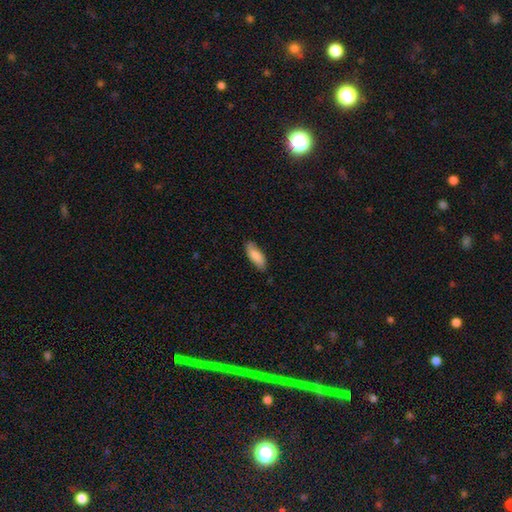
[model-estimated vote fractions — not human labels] smooth-or-featured: smooth: 82% | featured or disk: 13% | star or artifact: 6%
  how-rounded: in between: 71% | cigar-shaped: 27% | round: 2%
  merging: none: 79% | minor disturbance: 17% | major disturbance: 3% | merger: 1%